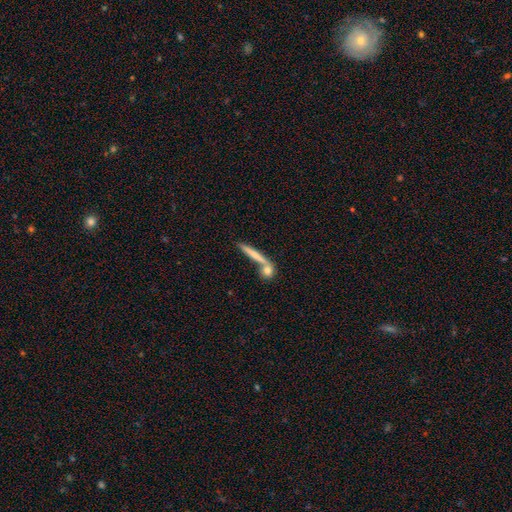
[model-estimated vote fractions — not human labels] The model was most divided on "smooth or featured": smooth: 64%, featured or disk: 28%, star or artifact: 8%. More confident: how rounded — cigar-shaped (85%); merging — none (65%).